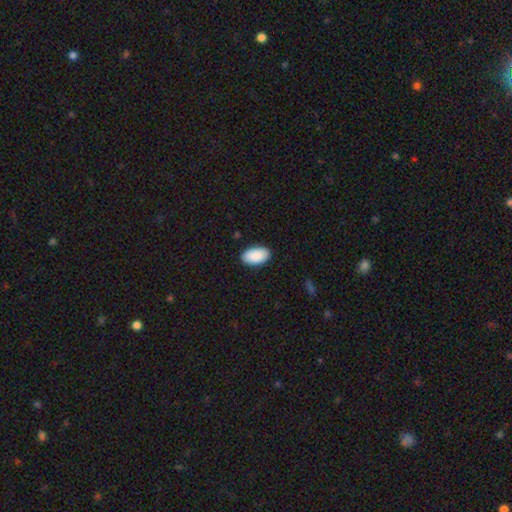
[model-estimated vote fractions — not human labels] Smooth or featured? smooth (91%)
How rounded? in between (96%)
Merging? none (89%)